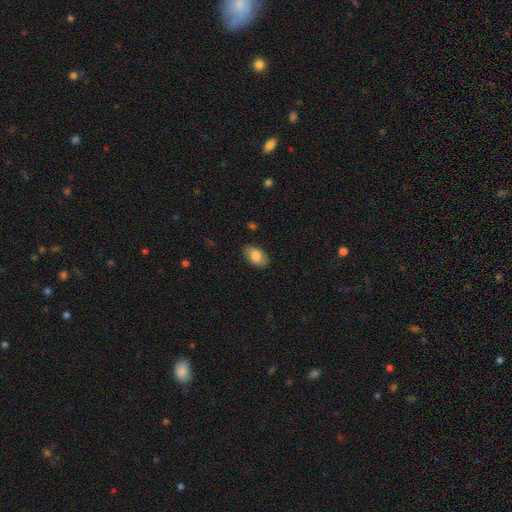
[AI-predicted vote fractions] Overall: smooth (81%). How rounded: in between (91%). Merging: none (83%).